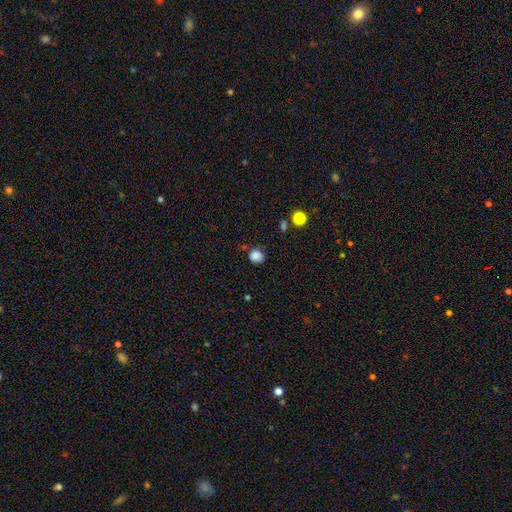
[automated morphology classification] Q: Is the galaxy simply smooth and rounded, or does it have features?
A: smooth — 85%.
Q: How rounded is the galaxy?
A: round — 83%.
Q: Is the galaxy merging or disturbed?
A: none — 77%.